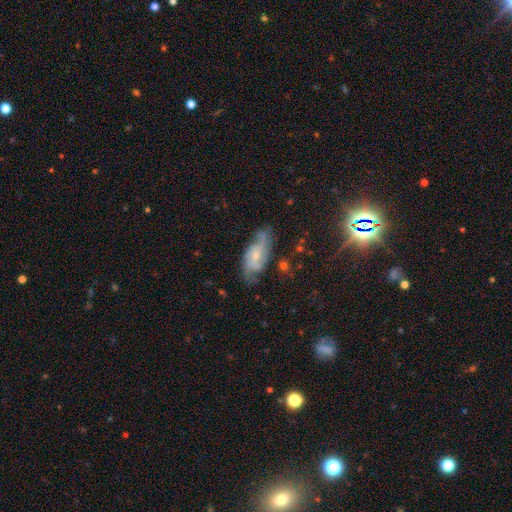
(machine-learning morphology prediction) Overall: featured or disk (73%). Edge-on disk: no (92%). Bar: no (62%; weak 32%). Spiral arms: yes (92%). Spiral arm count: 2 (47%; 3 20%). Spiral winding: medium (47%; tight 28%). Bulge size: small (60%; moderate 32%). Merging: none (65%).